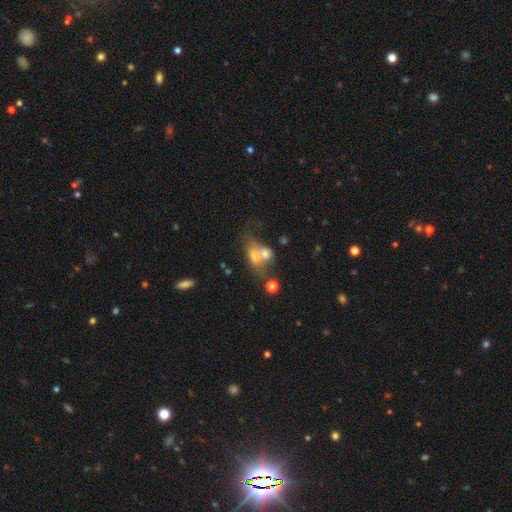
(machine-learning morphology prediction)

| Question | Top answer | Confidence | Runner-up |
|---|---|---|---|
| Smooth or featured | smooth | 52% | featured or disk (32%) |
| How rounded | in between | 61% | round (33%) |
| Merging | merger | 59% | none (21%) |